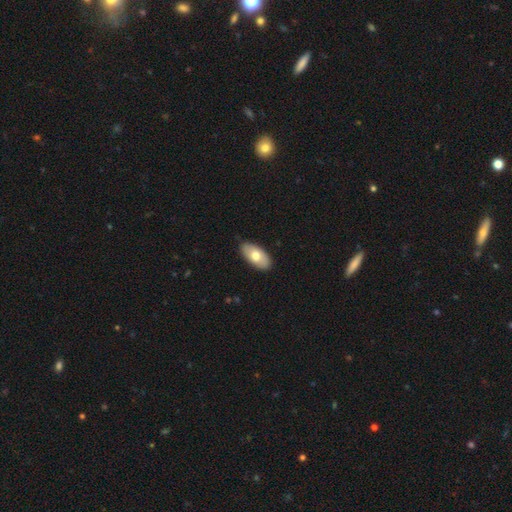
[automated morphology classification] A smooth galaxy with no disk features (71%) that is in between round and cigar-shaped (94%).

Vote fractions:
- Smooth or featured? smooth: 71% / featured or disk: 24% / star or artifact: 5%
- How rounded? in between: 94% / cigar-shaped: 4% / round: 2%
- Merging? none: 87% / minor disturbance: 10% / major disturbance: 2% / merger: 1%